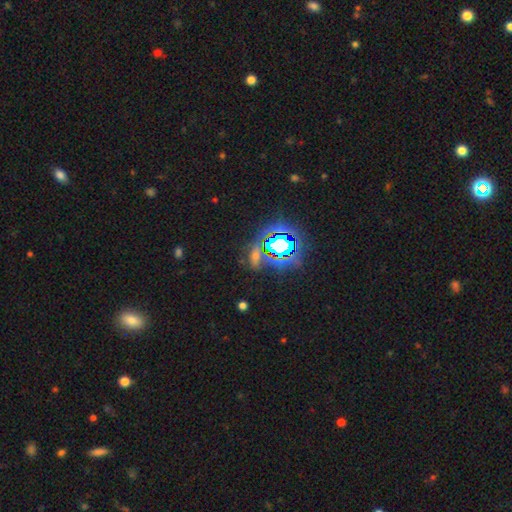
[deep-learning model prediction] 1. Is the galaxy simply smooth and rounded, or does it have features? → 57% star or artifact, 28% smooth, 15% featured or disk.